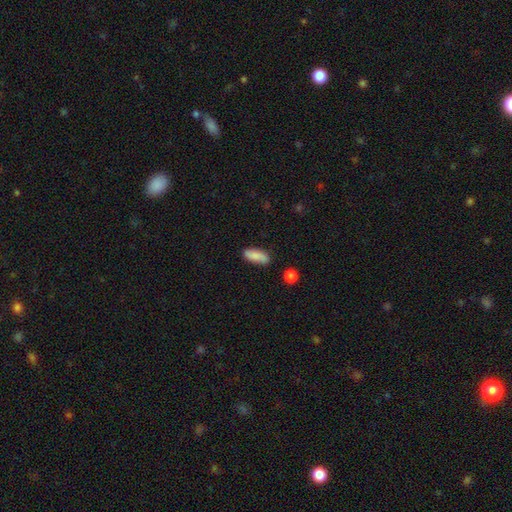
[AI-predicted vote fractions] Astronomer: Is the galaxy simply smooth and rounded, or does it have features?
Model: smooth — 85%.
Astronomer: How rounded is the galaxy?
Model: in between — 76%.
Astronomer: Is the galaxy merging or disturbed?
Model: none — 82%.